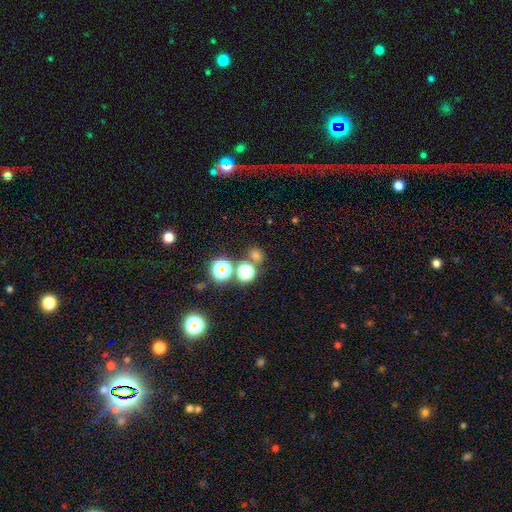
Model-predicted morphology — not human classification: Smooth or featured? Predicted: smooth (p=0.51). How rounded? Predicted: round (p=0.79). Merging? Predicted: none (p=0.70).